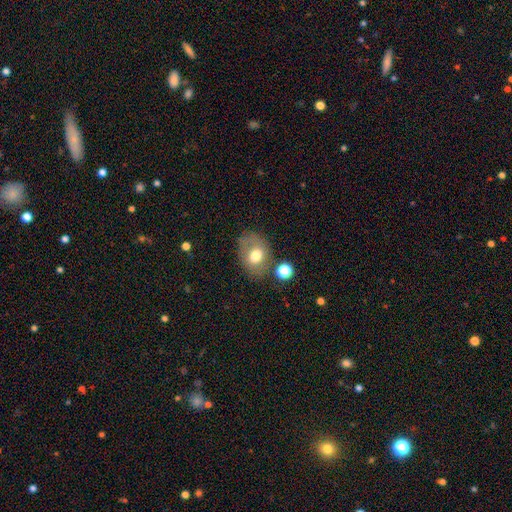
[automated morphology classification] This is likely a smooth galaxy (69%). How rounded: likely in between (62%). Merging: likely none (64%).